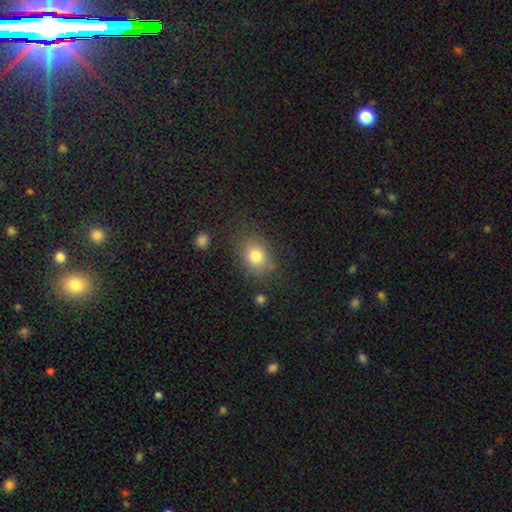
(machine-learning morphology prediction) This appears to be a smooth galaxy with no disk features (78%) that is in between round and cigar-shaped (55%). Merging: none (76%).